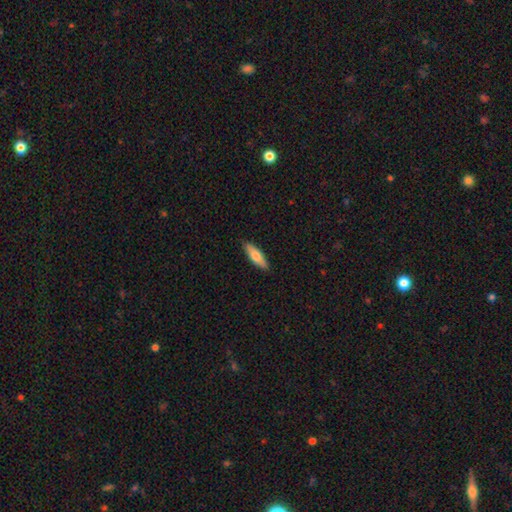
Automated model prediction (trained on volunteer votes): A smooth galaxy with no disk features (71%) that is cigar-shaped (52%).

Vote fractions:
- Smooth or featured? smooth: 71% / featured or disk: 24% / star or artifact: 6%
- How rounded? cigar-shaped: 52% / in between: 46% / round: 2%
- Merging? none: 89% / minor disturbance: 8% / major disturbance: 2% / merger: 1%